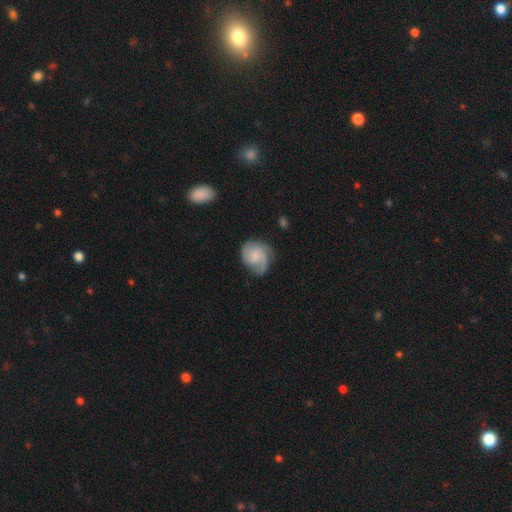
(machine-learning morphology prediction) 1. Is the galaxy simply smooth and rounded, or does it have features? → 75% featured or disk, 19% smooth, 6% star or artifact.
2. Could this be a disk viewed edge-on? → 98% no, 2% yes.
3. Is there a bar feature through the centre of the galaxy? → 65% no, 31% weak, 4% strong.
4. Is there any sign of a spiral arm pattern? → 95% yes, 5% no.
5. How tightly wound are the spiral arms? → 46% medium, 36% tight, 18% loose.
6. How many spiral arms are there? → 43% 2, 27% 3, 14% can't tell, 10% 1, 4% 4, 3% more than 4.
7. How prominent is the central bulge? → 44% small, 29% moderate, 21% none, 5% large, 1% dominant.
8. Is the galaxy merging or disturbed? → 63% none, 23% minor disturbance, 12% major disturbance, 2% merger.